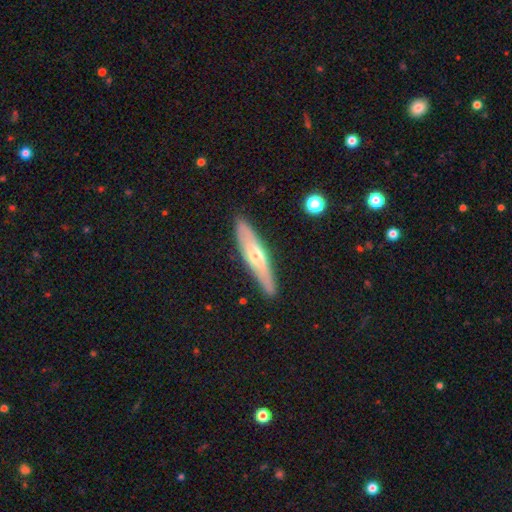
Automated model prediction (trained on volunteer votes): Smooth or featured? Predicted: featured or disk (p=0.56). Edge-on disk? Predicted: yes (p=0.78). Merging? Predicted: none (p=0.87).